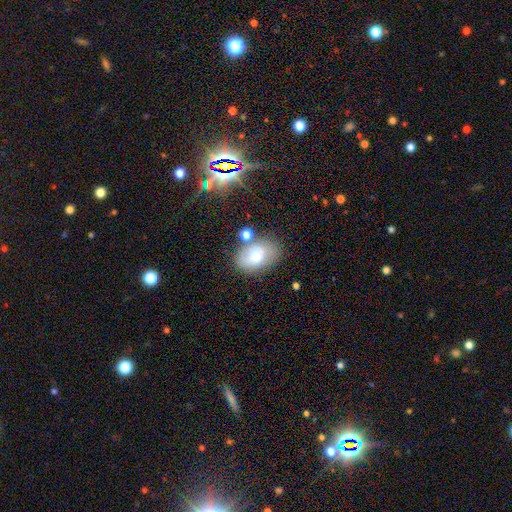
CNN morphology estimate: Smooth or featured? smooth (64%)
How rounded? in between (84%)
Merging? none (59%)